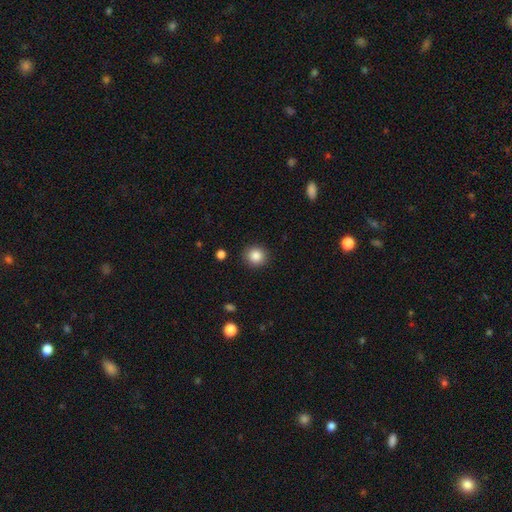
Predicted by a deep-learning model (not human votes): Morphology: type=smooth (86%); roundness=round (90%); merging=none (91%).